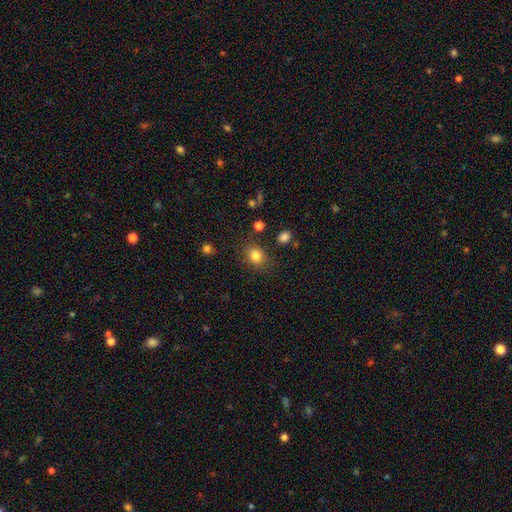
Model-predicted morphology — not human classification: smooth_or_featured: smooth (p=0.82) [alt: star or artifact p=0.12]
how_rounded: round (p=0.63) [alt: in between p=0.36]
merging: none (p=0.81) [alt: minor disturbance p=0.12]